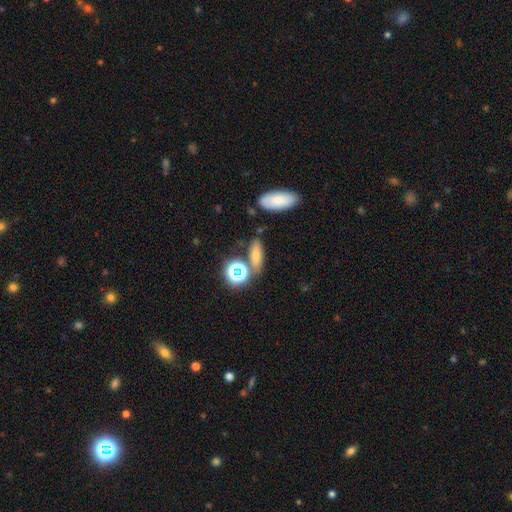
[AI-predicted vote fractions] smooth_or_featured: smooth (p=0.66) [alt: star or artifact p=0.20]
how_rounded: in between (p=0.59) [alt: cigar-shaped p=0.28]
merging: none (p=0.71) [alt: minor disturbance p=0.12]